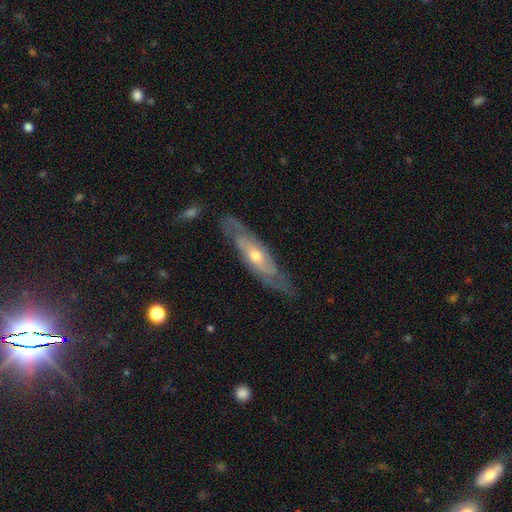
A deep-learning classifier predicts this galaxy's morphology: Smooth or featured? Predicted: featured or disk (p=0.78). Edge-on disk? Predicted: no (p=0.65). Bar? Predicted: no (p=0.70). Spiral arms? Predicted: yes (p=0.83). Bulge size? Predicted: moderate (p=0.53). Merging? Predicted: none (p=0.80).